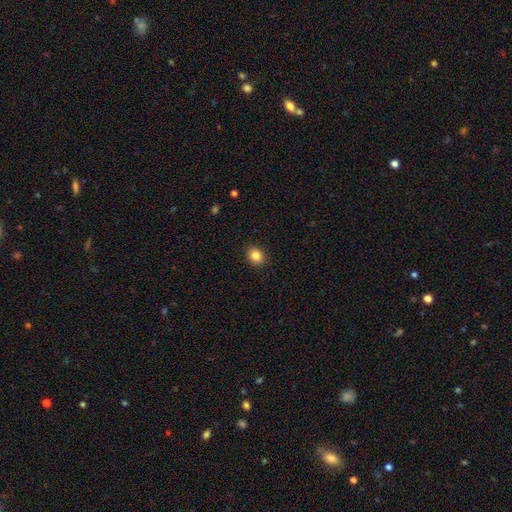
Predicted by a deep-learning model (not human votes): Smooth or featured? Predicted: smooth (p=0.85). How rounded? Predicted: round (p=0.64). Merging? Predicted: none (p=0.90).